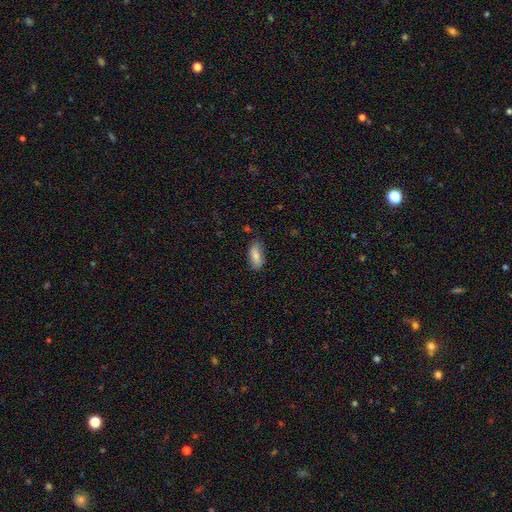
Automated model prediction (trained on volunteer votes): Smooth or featured?
  - smooth: 79% *
  - featured or disk: 14%
  - star or artifact: 7%
How rounded?
  - in between: 81% *
  - cigar-shaped: 17%
  - round: 2%
Merging?
  - none: 81% *
  - minor disturbance: 15%
  - major disturbance: 3%
  - merger: 2%